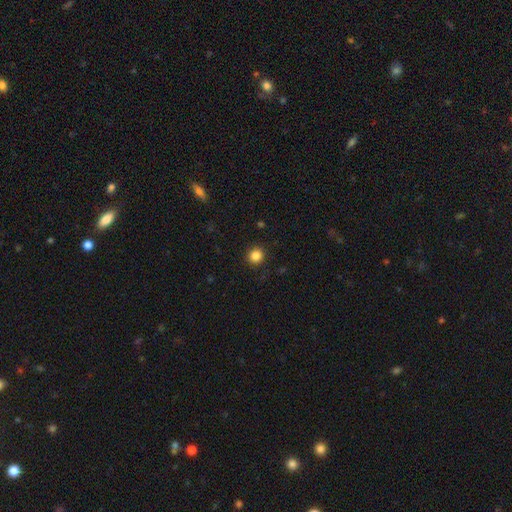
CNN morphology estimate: Overall: smooth (85%). How rounded: round (92%). Merging: none (91%).